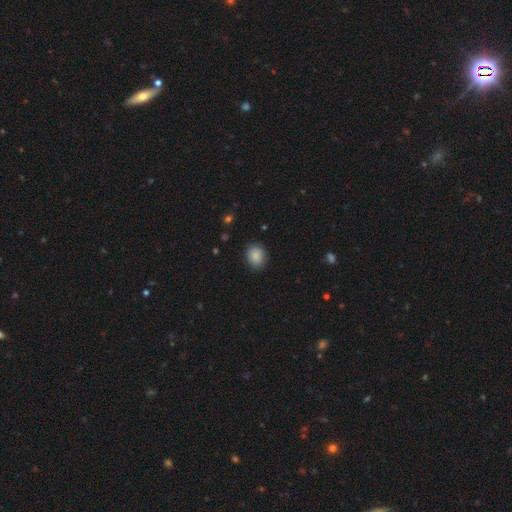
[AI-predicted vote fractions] Smooth or featured?
  - smooth: 87% *
  - star or artifact: 8%
  - featured or disk: 5%
How rounded?
  - round: 58% *
  - in between: 42%
  - cigar-shaped: 1%
Merging?
  - none: 85% *
  - minor disturbance: 11%
  - major disturbance: 3%
  - merger: 1%